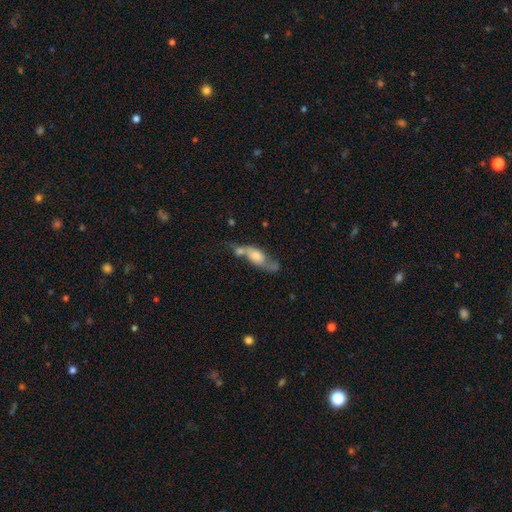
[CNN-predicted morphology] A smooth galaxy with no disk features (46%). Merging: merger (38%).